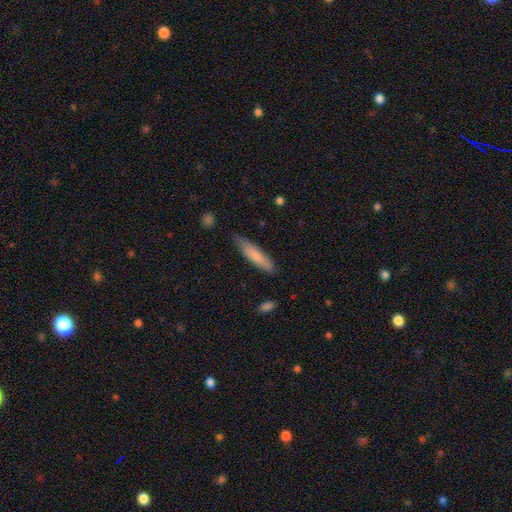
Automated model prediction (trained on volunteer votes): smooth_or_featured: smooth (p=0.78) [alt: featured or disk p=0.17]
how_rounded: cigar-shaped (p=0.83) [alt: in between p=0.16]
merging: none (p=0.78) [alt: minor disturbance p=0.18]